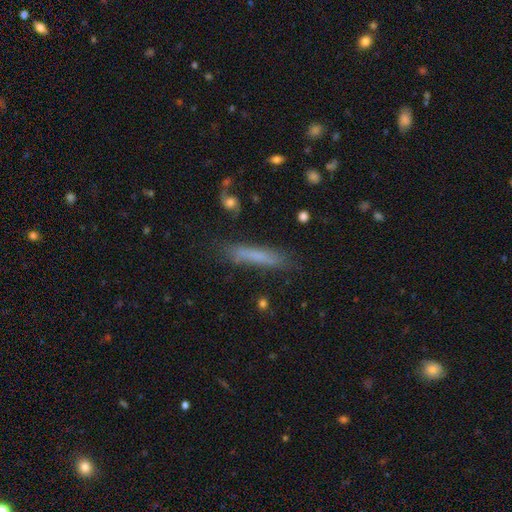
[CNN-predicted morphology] Smooth or featured? smooth (70%)
How rounded? cigar-shaped (90%)
Merging? none (78%)